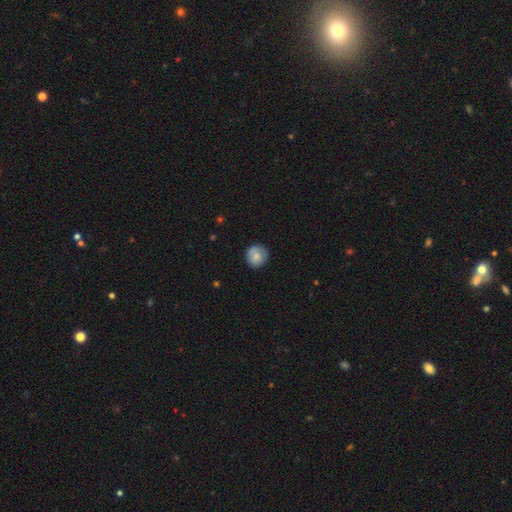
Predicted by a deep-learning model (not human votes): Q: Smooth or featured?
A: smooth (76%); runner-up: featured or disk (17%)
Q: How rounded?
A: round (91%); runner-up: in between (8%)
Q: Merging?
A: none (79%); runner-up: minor disturbance (16%)